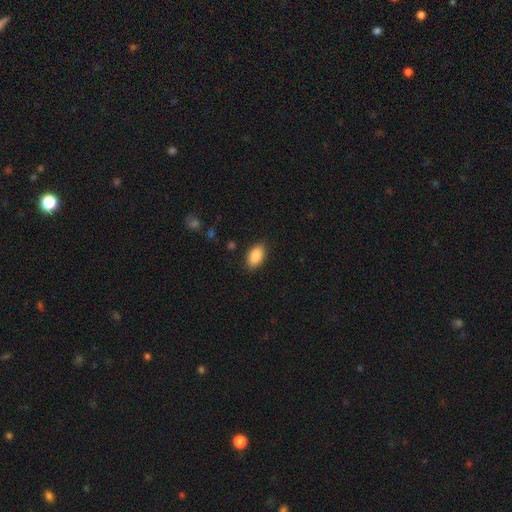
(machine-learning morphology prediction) This is clearly a smooth galaxy (89%). How rounded: clearly in between (93%). Merging: clearly none (88%).